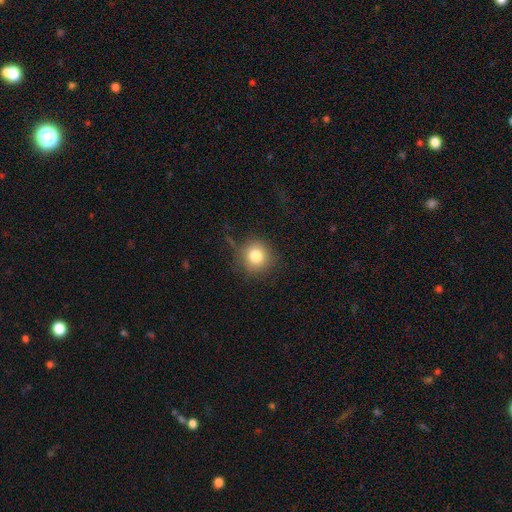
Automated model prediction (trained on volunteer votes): Q: Smooth or featured?
A: smooth (80%); runner-up: star or artifact (12%)
Q: How rounded?
A: round (92%); runner-up: in between (7%)
Q: Merging?
A: none (81%); runner-up: minor disturbance (12%)